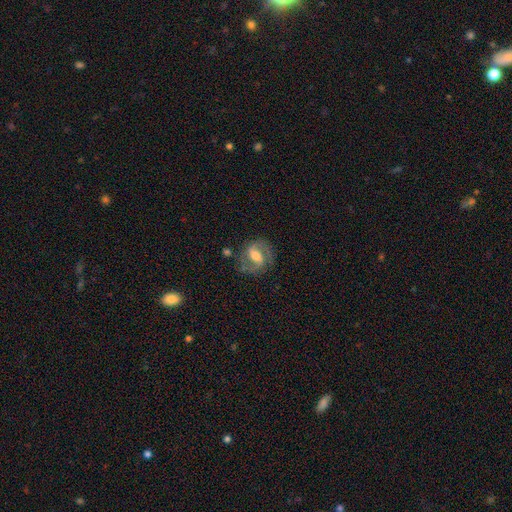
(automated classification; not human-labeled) featured or disk 83%, smooth 11%, star or artifact 6%. Down the decision tree: edge-on disk — no (98%); bar — weak (49%); spiral arms — yes (95%); spiral arm count — 2 (91%); spiral winding — medium (58%); bulge size — moderate (60%); merging — none (77%).